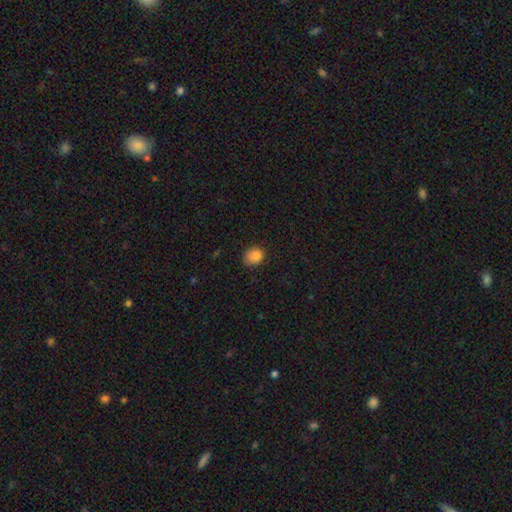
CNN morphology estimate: A smooth galaxy with no disk features (82%) that is round (54%). Merging: none (70%).